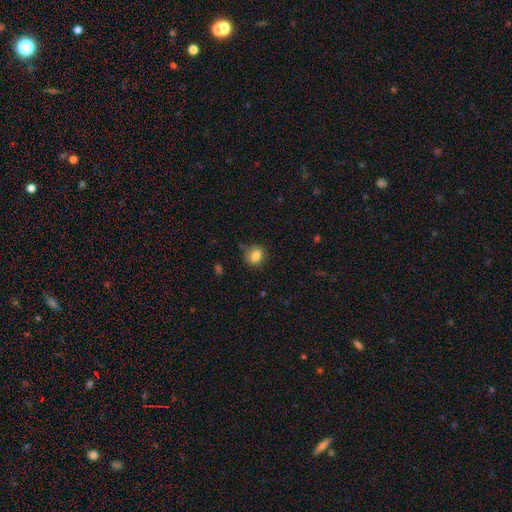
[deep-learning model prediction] smooth_or_featured: smooth (p=0.84) [alt: star or artifact p=0.10]
how_rounded: round (p=0.70) [alt: in between p=0.29]
merging: none (p=0.76) [alt: minor disturbance p=0.17]